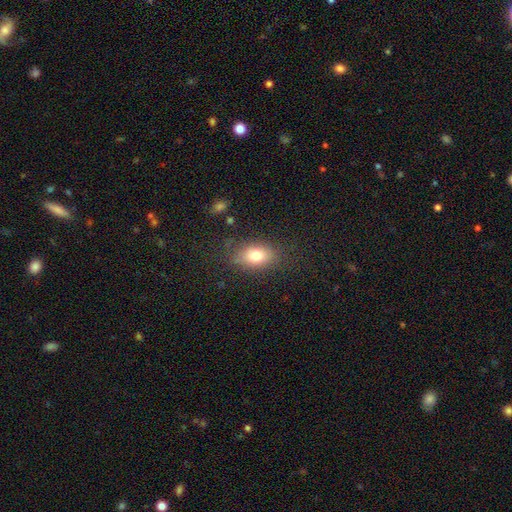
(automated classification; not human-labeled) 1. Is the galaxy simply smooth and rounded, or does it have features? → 77% smooth, 13% featured or disk, 10% star or artifact.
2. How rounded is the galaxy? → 79% in between, 18% round, 2% cigar-shaped.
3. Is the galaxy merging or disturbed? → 78% none, 15% minor disturbance, 5% major disturbance, 2% merger.